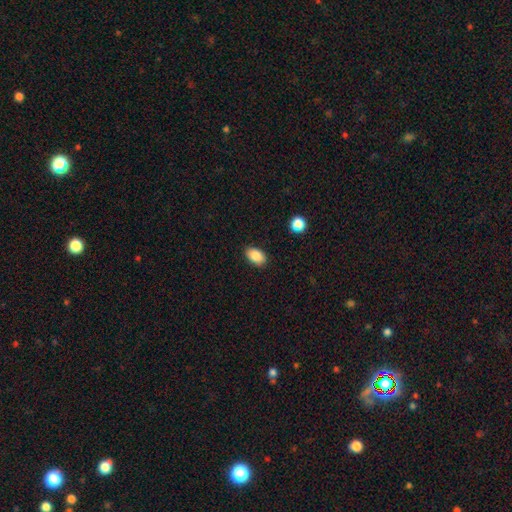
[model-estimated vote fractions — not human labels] smooth_or_featured: smooth (p=0.87) [alt: star or artifact p=0.08]
how_rounded: in between (p=0.89) [alt: round p=0.10]
merging: none (p=0.87) [alt: minor disturbance p=0.10]